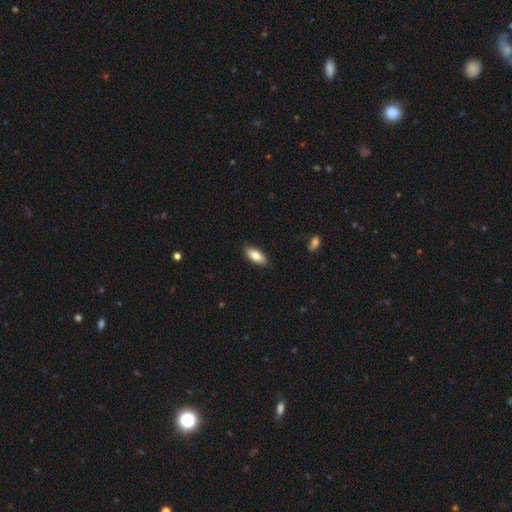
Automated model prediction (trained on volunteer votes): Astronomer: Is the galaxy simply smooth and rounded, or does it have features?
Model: smooth — 78%.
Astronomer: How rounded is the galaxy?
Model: in between — 86%.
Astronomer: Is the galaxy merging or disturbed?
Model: none — 89%.